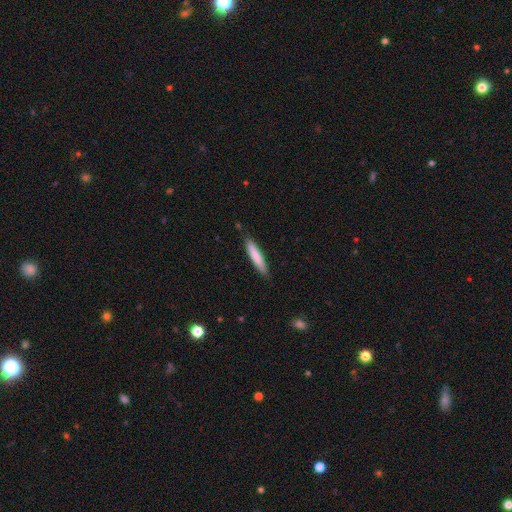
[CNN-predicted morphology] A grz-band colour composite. It shows a smooth galaxy with no disk features (78%) that is cigar-shaped (89%). Merging: none (86%).